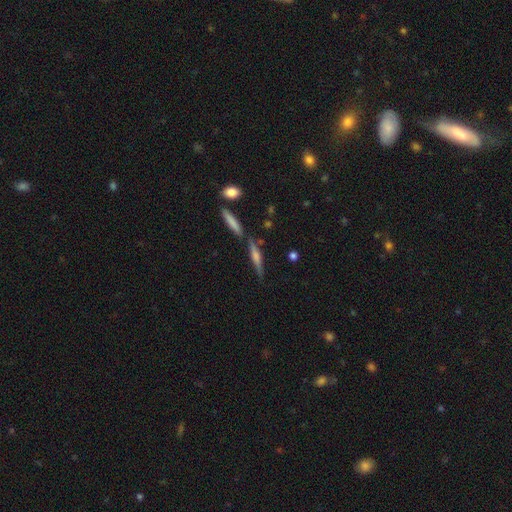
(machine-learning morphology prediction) Smooth or featured?
  - featured or disk: 63% *
  - smooth: 27%
  - star or artifact: 10%
Edge-on disk?
  - yes: 94% *
  - no: 6%
Edge-on bulge?
  - rounded: 67% *
  - boxy: 19%
  - none: 14%
Merging?
  - none: 76% *
  - minor disturbance: 12%
  - merger: 9%
  - major disturbance: 4%